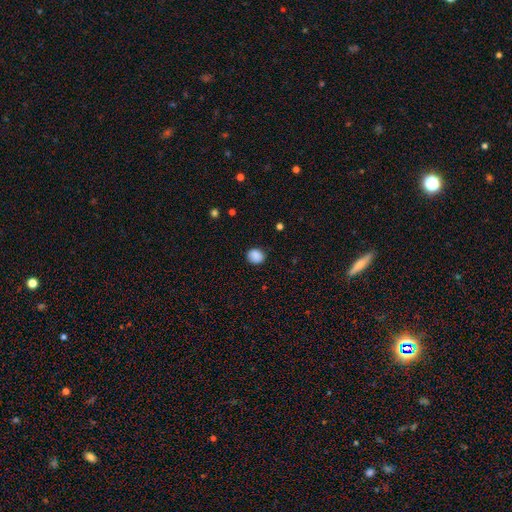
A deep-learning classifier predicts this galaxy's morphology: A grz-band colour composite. It shows a smooth galaxy with no disk features (88%) that is round (74%). Merging: none (86%).